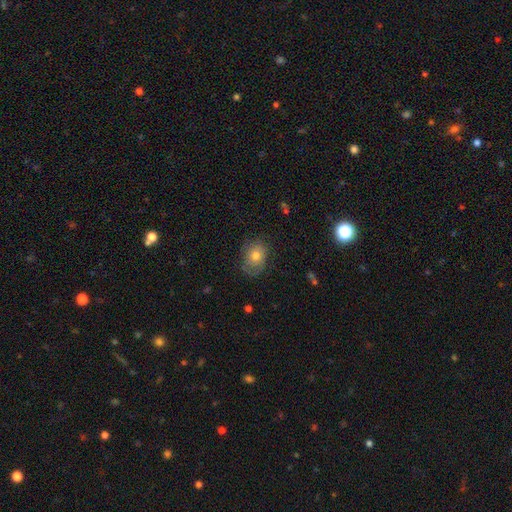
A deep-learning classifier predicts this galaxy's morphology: smooth-or-featured: smooth: 69% | featured or disk: 22% | star or artifact: 9%
  how-rounded: in between: 63% | round: 36% | cigar-shaped: 1%
  merging: none: 68% | minor disturbance: 23% | major disturbance: 8% | merger: 1%